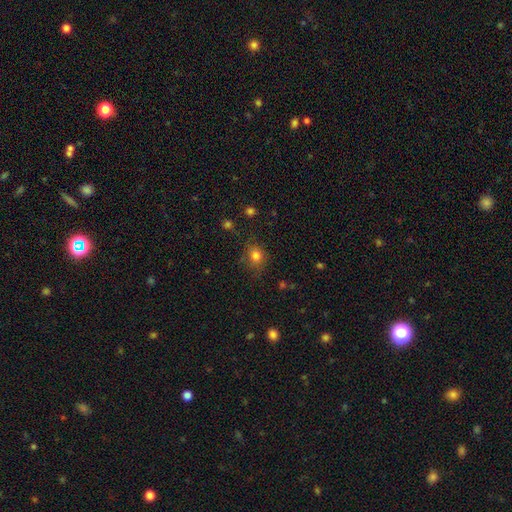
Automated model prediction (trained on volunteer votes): This is likely a smooth galaxy (80%). How rounded: likely round (71%). Merging: likely none (74%).